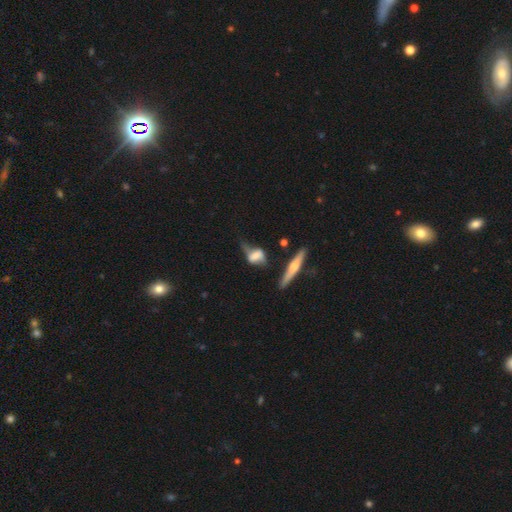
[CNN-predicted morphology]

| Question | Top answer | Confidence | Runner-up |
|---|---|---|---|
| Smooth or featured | featured or disk | 48% | smooth (42%) |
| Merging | none | 34% | minor disturbance (30%) |